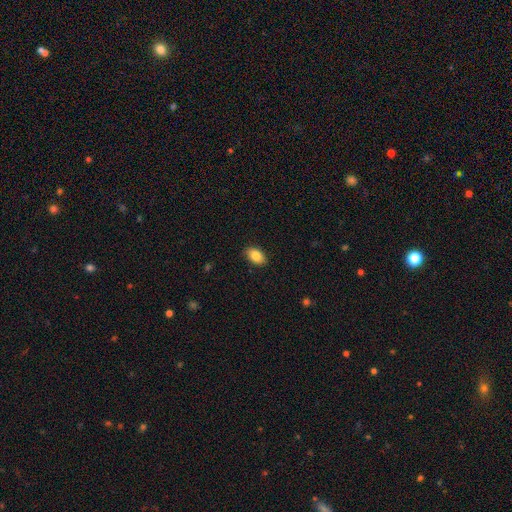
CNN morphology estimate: A smooth galaxy with no disk features (86%) that is in between round and cigar-shaped (90%). Merging: none (86%).